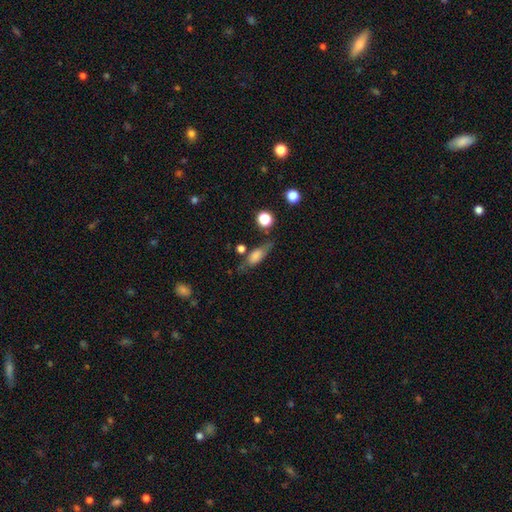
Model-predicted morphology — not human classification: Smooth or featured? Predicted: smooth (p=0.70). How rounded? Predicted: in between (p=0.68). Merging? Predicted: none (p=0.55).